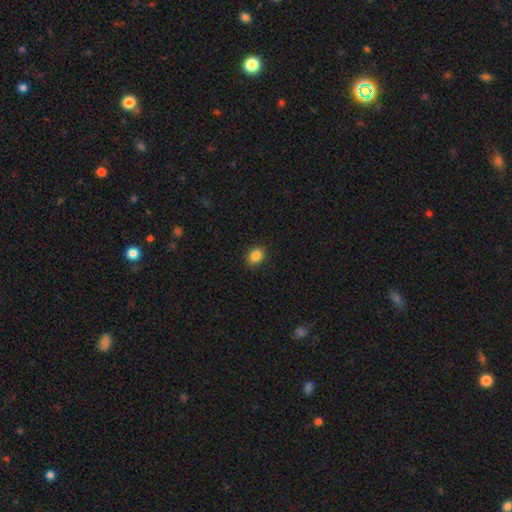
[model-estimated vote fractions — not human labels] The model was most divided on "how rounded": in between: 51%, round: 48%, cigar-shaped: 1%. More confident: merging — none (89%); smooth or featured — smooth (86%).